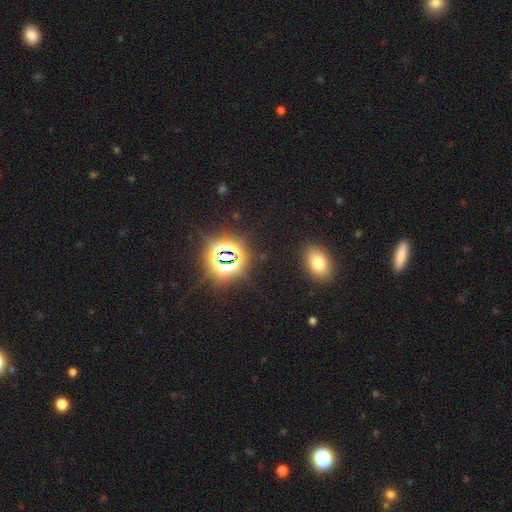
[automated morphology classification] Smooth or featured?
  - star or artifact: 62% *
  - smooth: 29%
  - featured or disk: 9%